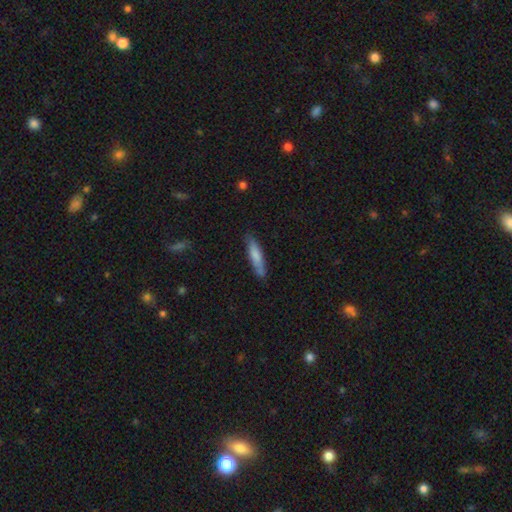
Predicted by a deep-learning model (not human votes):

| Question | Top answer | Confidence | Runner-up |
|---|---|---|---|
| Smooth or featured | smooth | 77% | featured or disk (17%) |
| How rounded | cigar-shaped | 79% | in between (20%) |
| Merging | none | 77% | minor disturbance (17%) |